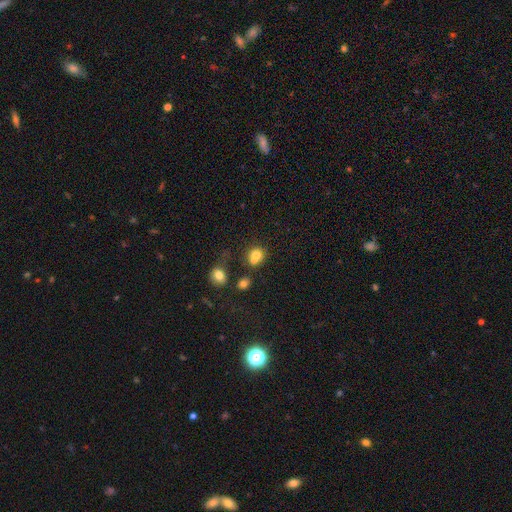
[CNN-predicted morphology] Overall: smooth (75%). How rounded: round (71%). Merging: merger (44%; none 39%).